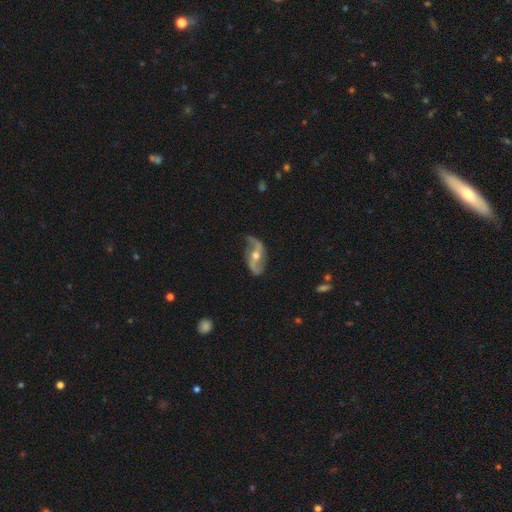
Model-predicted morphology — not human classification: The model was most divided on "bar": no: 44%, weak: 34%, strong: 21%. More confident: spiral arms — yes (95%); edge-on disk — no (94%); spiral arm count — 2 (93%); smooth or featured — featured or disk (87%); spiral winding — loose (78%); merging — none (74%); bulge size — moderate (69%).